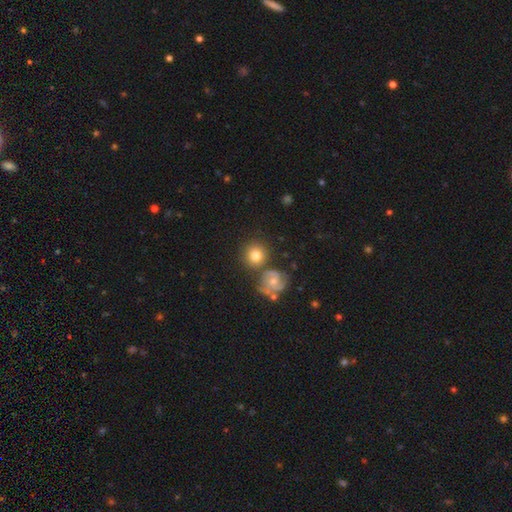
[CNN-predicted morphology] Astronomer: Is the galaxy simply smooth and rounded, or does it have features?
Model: smooth — 74%.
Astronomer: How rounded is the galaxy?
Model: round — 90%.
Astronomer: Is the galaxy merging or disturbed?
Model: none — 70%.